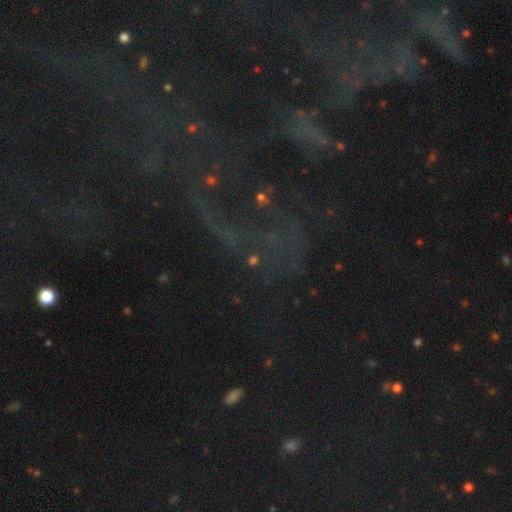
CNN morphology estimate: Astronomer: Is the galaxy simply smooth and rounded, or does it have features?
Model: star or artifact — 62%.